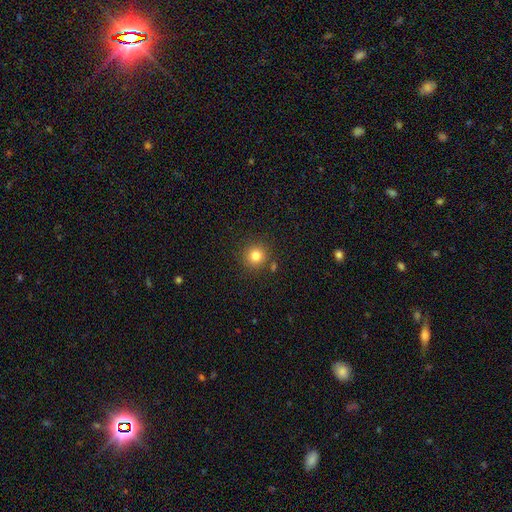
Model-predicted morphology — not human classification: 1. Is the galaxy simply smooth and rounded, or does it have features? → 81% smooth, 13% star or artifact, 6% featured or disk.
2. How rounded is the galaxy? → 93% round, 6% in between, 1% cigar-shaped.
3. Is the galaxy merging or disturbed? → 85% none, 8% minor disturbance, 5% merger, 3% major disturbance.